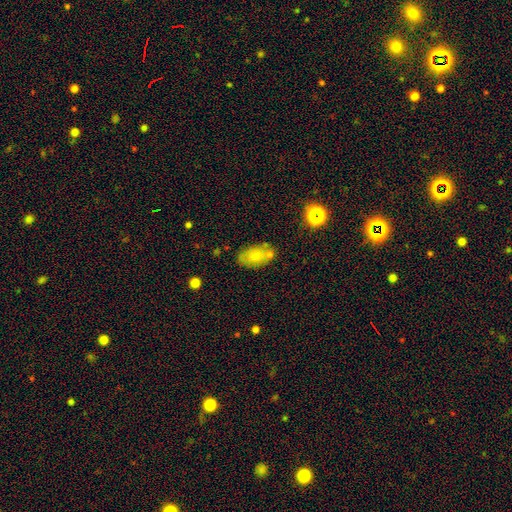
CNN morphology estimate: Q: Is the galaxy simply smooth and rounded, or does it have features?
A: smooth — 75%.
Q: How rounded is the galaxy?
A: in between — 91%.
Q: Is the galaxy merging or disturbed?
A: none — 66%.